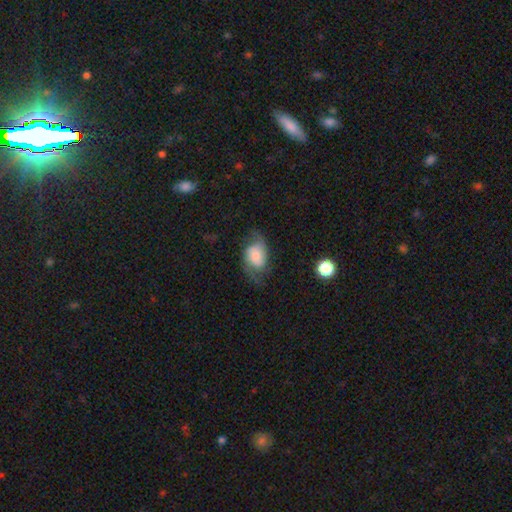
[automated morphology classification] Smooth or featured: featured or disk — 53% (smooth — 38%)
Edge-on disk: no — 96% (yes — 4%)
Bar: no — 67% (weak — 27%)
Spiral arms: yes — 86% (no — 14%)
Bulge size: moderate — 27% (tied with small — 27%)
Merging: none — 51% (minor disturbance — 25%)